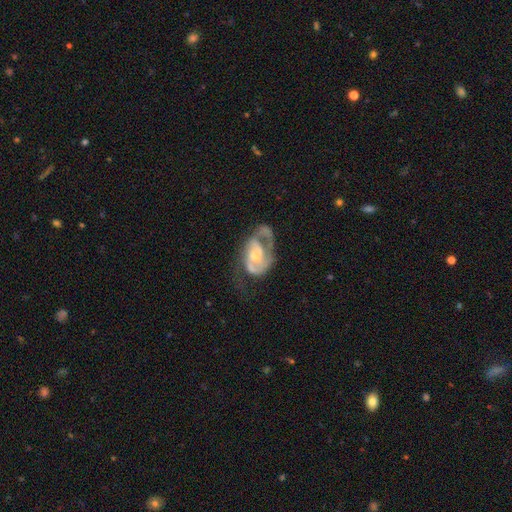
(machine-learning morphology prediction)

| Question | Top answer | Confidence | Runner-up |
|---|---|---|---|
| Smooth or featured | featured or disk | 79% | smooth (15%) |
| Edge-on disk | no | 97% | yes (3%) |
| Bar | no | 59% | weak (34%) |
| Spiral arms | yes | 86% | no (14%) |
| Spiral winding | medium | 47% | loose (27%) |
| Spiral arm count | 2 | 58% | 1 (23%) |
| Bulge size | moderate | 52% | small (37%) |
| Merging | major disturbance | 42% | none (30%) |